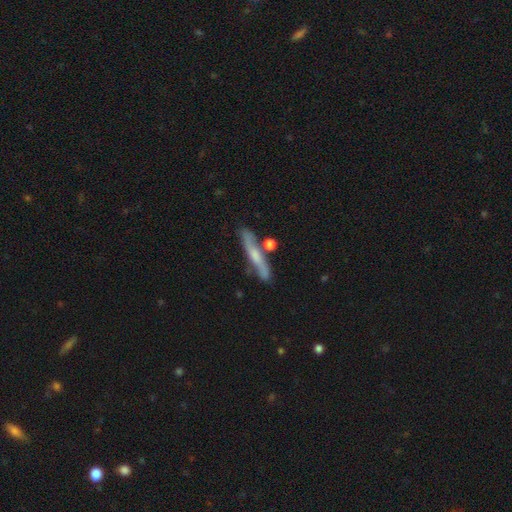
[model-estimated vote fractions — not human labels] smooth_or_featured: featured or disk (p=0.56) [alt: smooth p=0.37]
disk_edge_on: yes (p=0.75) [alt: no p=0.25]
merging: none (p=0.73) [alt: minor disturbance p=0.15]